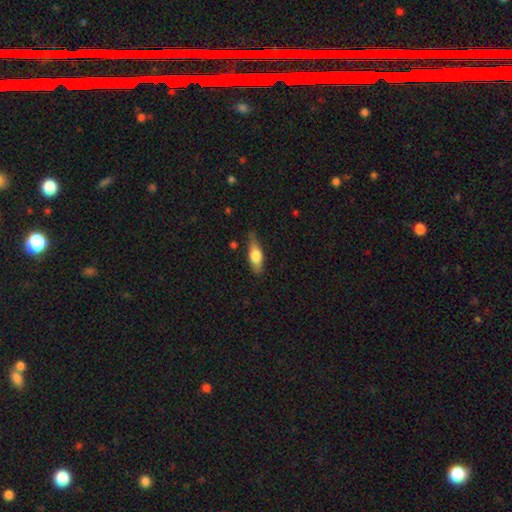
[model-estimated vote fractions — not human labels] Smooth or featured?
  - smooth: 67% *
  - featured or disk: 27%
  - star or artifact: 6%
How rounded?
  - in between: 68% *
  - cigar-shaped: 28%
  - round: 4%
Merging?
  - none: 72% *
  - minor disturbance: 22%
  - major disturbance: 4%
  - merger: 2%